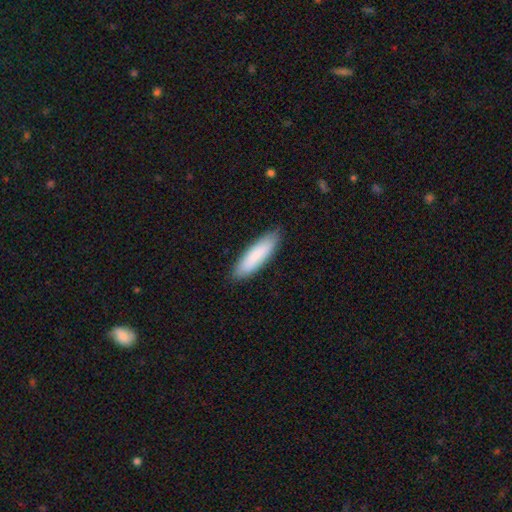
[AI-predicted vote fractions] smooth-or-featured: smooth: 85% | featured or disk: 10% | star or artifact: 5%
  how-rounded: cigar-shaped: 59% | in between: 39% | round: 1%
  merging: none: 87% | minor disturbance: 10% | major disturbance: 2% | merger: 1%